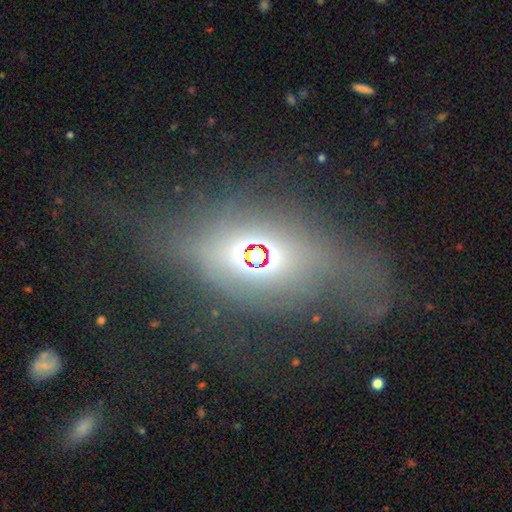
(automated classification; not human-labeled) A star or artifact, not a galaxy (54%).